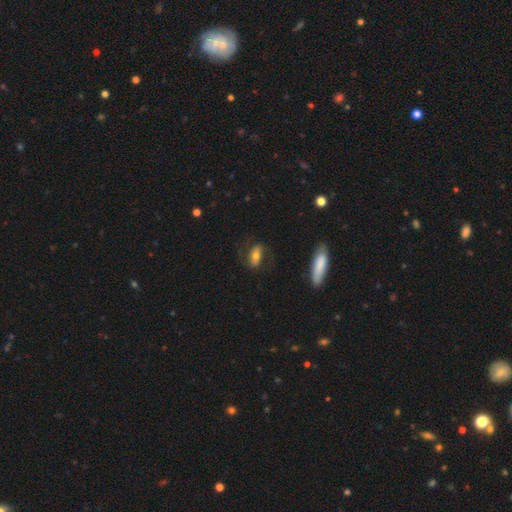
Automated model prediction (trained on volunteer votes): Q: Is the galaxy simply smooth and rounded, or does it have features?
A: smooth — 46%.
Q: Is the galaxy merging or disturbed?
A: none — 66%.